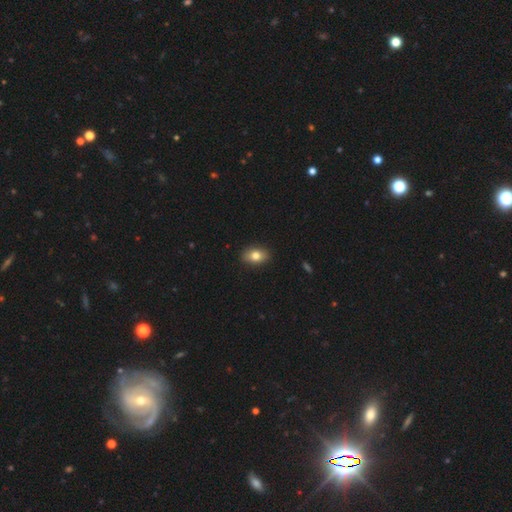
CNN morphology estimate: smooth_or_featured: smooth (p=0.79) [alt: featured or disk p=0.12]
how_rounded: in between (p=0.84) [alt: round p=0.14]
merging: none (p=0.89) [alt: minor disturbance p=0.08]